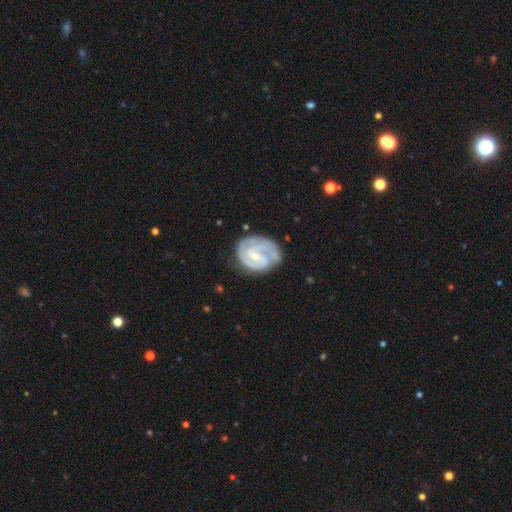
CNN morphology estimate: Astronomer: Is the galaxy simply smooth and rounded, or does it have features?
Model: featured or disk — 86%.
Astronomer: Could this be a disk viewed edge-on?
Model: no — 98%.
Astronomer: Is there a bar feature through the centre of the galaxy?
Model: weak — 50% (runner-up: no, 35%).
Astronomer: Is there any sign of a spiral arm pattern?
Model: yes — 97%.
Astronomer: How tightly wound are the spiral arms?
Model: tight — 61%.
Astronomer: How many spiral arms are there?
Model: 2 — 59%.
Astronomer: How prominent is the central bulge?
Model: small — 69%.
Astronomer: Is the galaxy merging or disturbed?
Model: none — 66%.